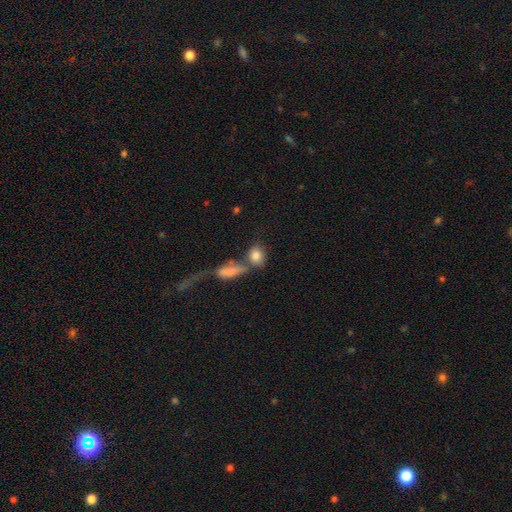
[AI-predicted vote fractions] This is clearly a smooth galaxy (82%). How rounded: possibly in between (55%). Merging: marginally none (41%).